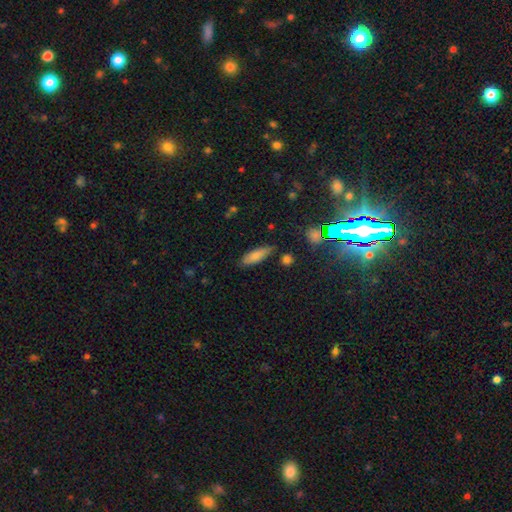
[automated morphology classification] This appears to be a smooth galaxy with no disk features (76%) that is in between round and cigar-shaped (53%). Merging: none (76%).